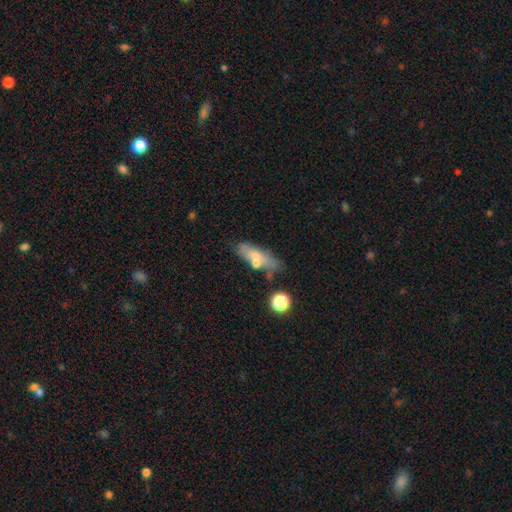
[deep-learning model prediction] A smooth galaxy with no disk features (58%) that is in between round and cigar-shaped (52%). Merging: none (57%).